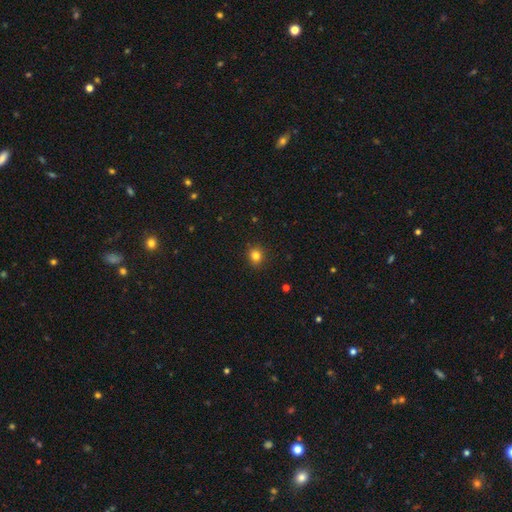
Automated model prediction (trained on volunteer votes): Overall: smooth (82%). How rounded: round (80%). Merging: none (90%).